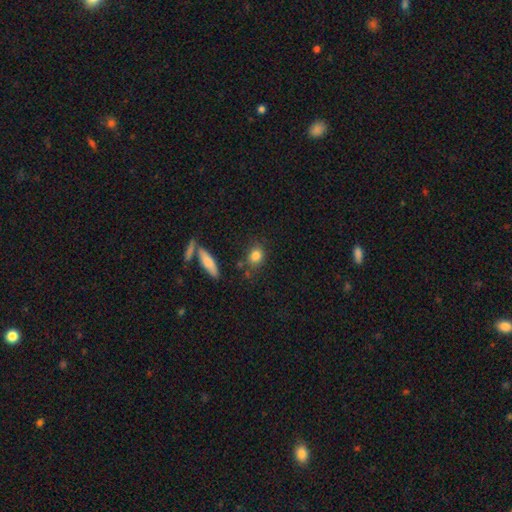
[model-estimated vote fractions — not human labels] Overall: smooth (83%). How rounded: round (51%; in between 45%). Merging: none (74%).